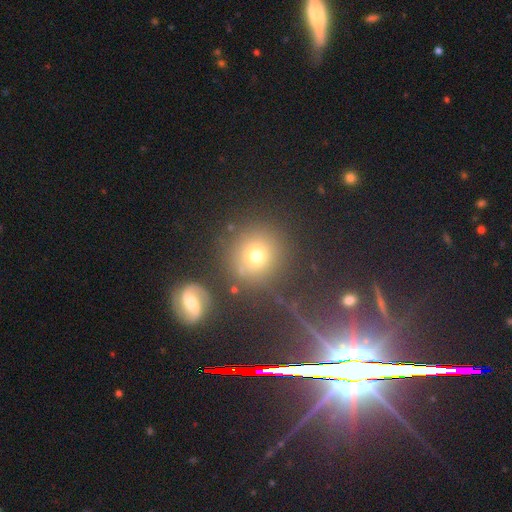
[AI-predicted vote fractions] Morphology: type=smooth (69%); roundness=round (91%); merging=none (78%).